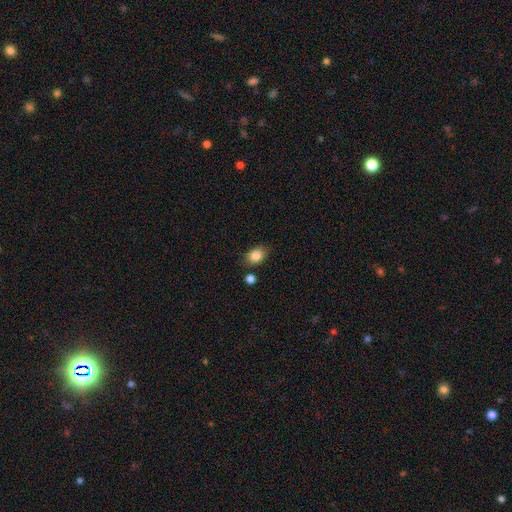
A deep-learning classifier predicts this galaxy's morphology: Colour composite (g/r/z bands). It shows a smooth galaxy with no disk features (86%) that is in between round and cigar-shaped (70%). Merging: none (77%).